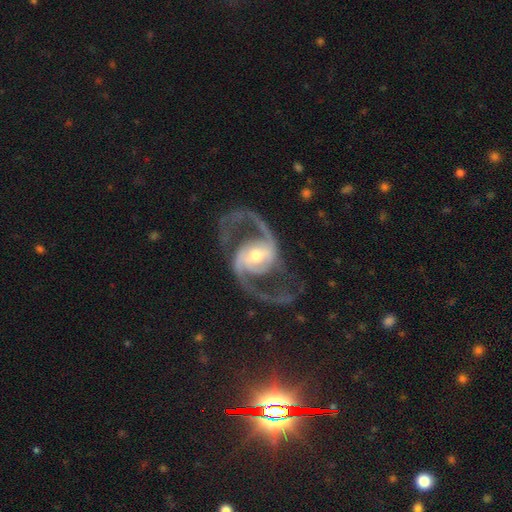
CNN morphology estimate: This appears to be a featured or disk galaxy (93%) with a weak bar (38%), 2 (94%) medium (54%) spiral arms (98%) and a moderate central bulge (64%). Merging: none (76%).